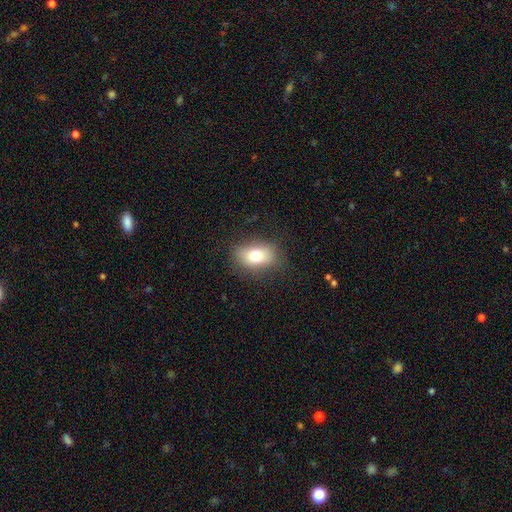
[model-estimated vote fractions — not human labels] This appears to be a smooth galaxy with no disk features (75%) that is in between round and cigar-shaped (80%). Merging: none (80%).